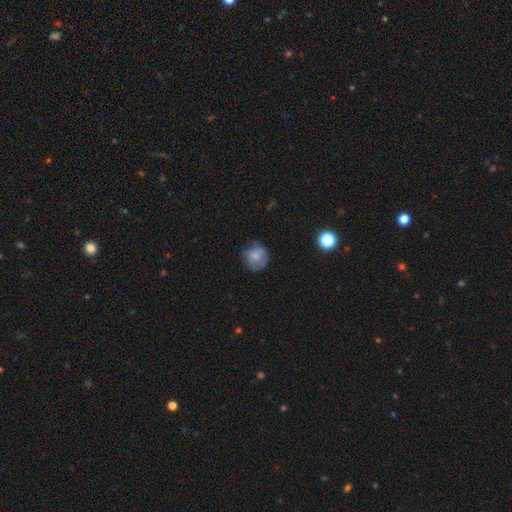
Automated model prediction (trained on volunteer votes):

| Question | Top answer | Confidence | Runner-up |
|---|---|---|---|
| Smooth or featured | smooth | 68% | featured or disk (23%) |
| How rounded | round | 84% | in between (15%) |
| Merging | none | 66% | minor disturbance (24%) |